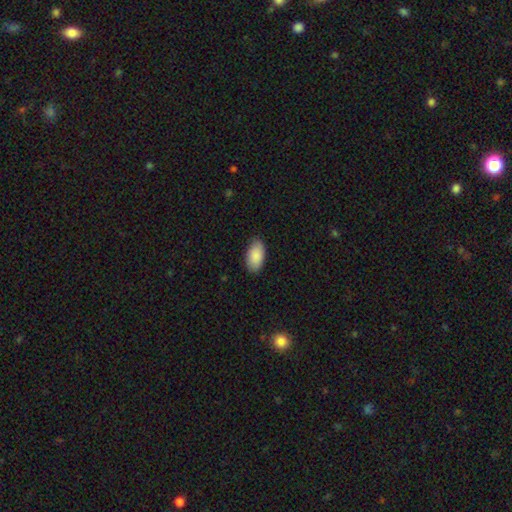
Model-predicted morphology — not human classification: This appears to be a smooth galaxy with no disk features (88%) that is in between round and cigar-shaped (95%). Merging: none (83%).